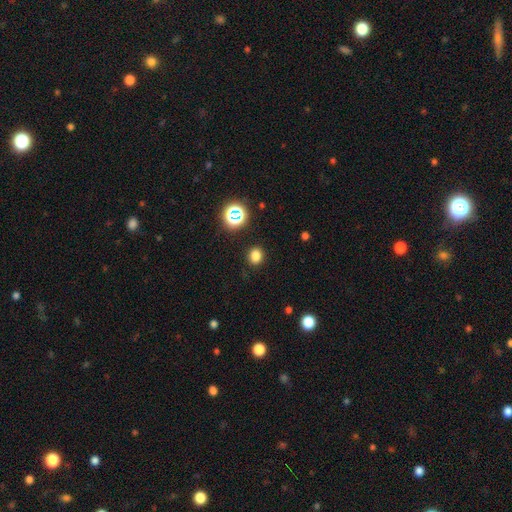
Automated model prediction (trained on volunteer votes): smooth-or-featured: smooth: 79% | star or artifact: 17% | featured or disk: 5%
  how-rounded: round: 65% | in between: 34% | cigar-shaped: 1%
  merging: none: 89% | minor disturbance: 7% | major disturbance: 3% | merger: 1%